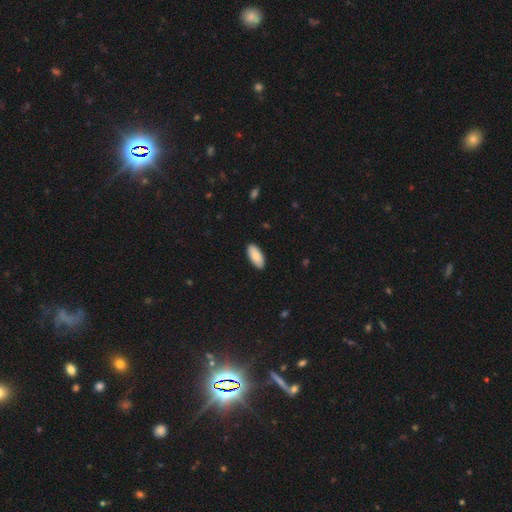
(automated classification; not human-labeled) The model was most divided on "smooth or featured": smooth: 84%, featured or disk: 11%, star or artifact: 6%. More confident: merging — none (90%); how rounded — in between (89%).